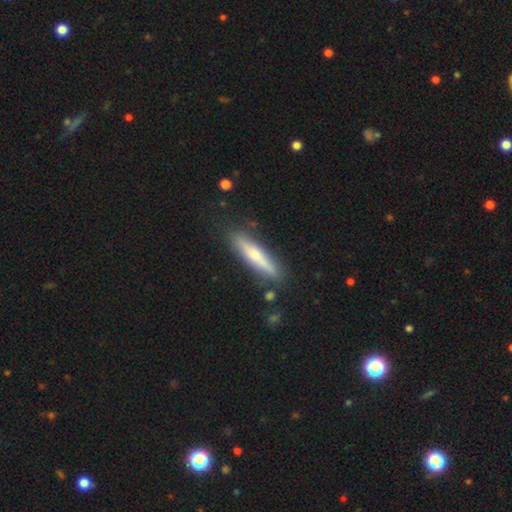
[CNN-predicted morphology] This appears to be a smooth galaxy with no disk features (50%) that is cigar-shaped (87%). Merging: none (84%).